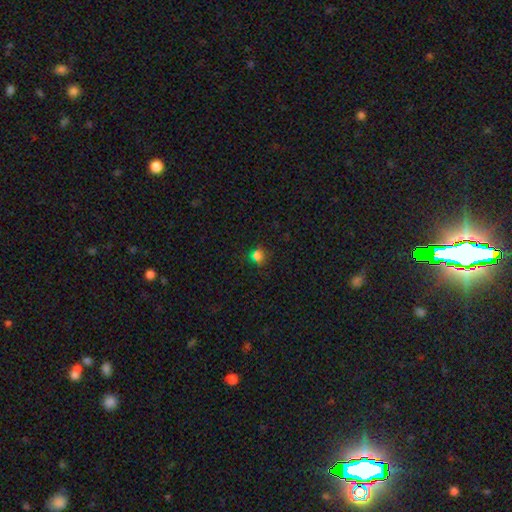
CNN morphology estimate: Overall: smooth (61%; star or artifact 33%). How rounded: round (76%). Merging: none (79%).